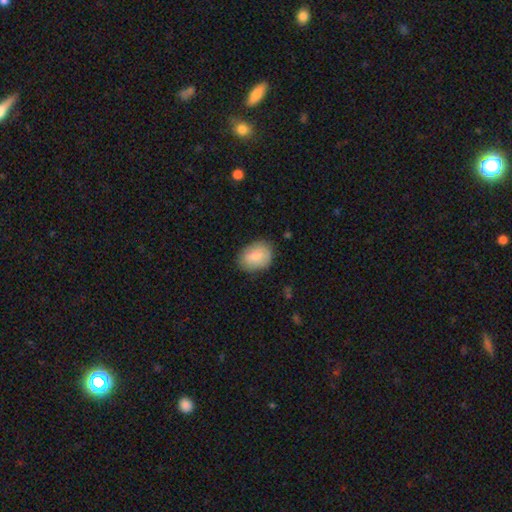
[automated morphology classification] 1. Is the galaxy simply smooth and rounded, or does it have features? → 79% smooth, 14% featured or disk, 7% star or artifact.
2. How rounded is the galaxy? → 68% in between, 31% round, 1% cigar-shaped.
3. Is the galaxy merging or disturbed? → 81% none, 15% minor disturbance, 3% major disturbance, 1% merger.